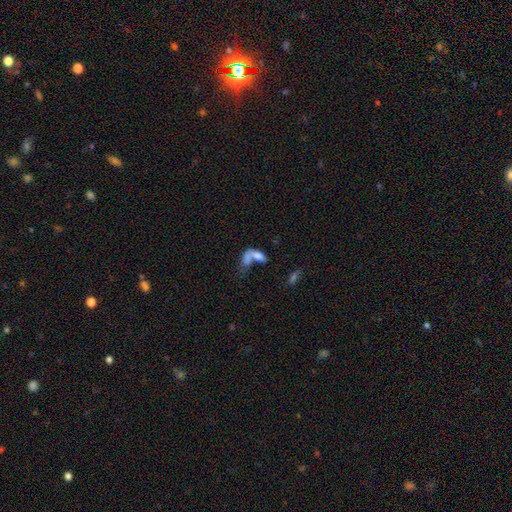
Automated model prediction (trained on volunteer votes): Smooth or featured? smooth (66%)
How rounded? in between (78%)
Merging? merger (54%)